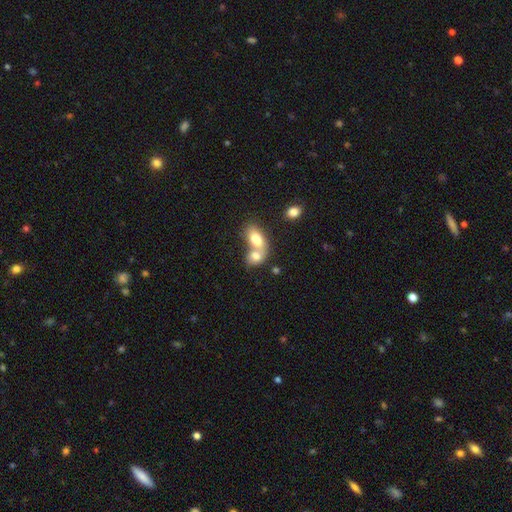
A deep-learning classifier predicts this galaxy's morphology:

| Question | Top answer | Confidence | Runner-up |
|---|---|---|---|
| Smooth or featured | smooth | 75% | featured or disk (18%) |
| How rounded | in between | 73% | round (24%) |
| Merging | merger | 75% | none (16%) |